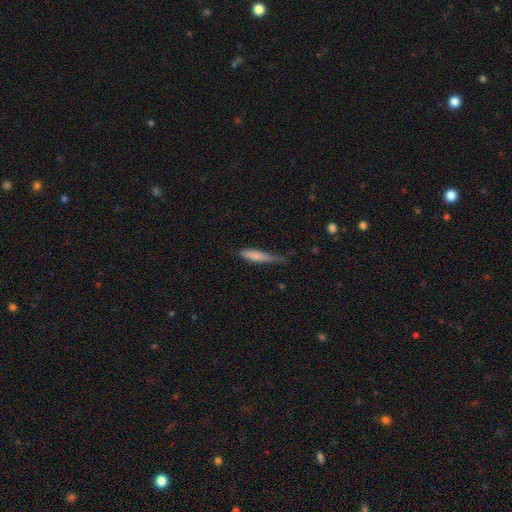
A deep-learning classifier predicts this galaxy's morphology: A smooth galaxy with no disk features (75%) that is cigar-shaped (85%). Merging: none (48%).